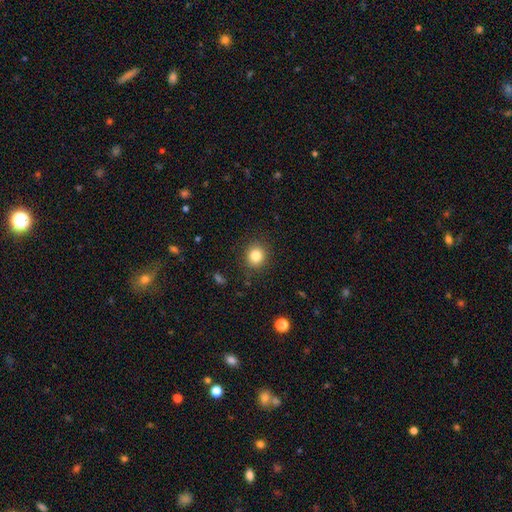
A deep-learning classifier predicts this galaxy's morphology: This appears to be a smooth galaxy with no disk features (83%) that is round (84%). Merging: none (88%).